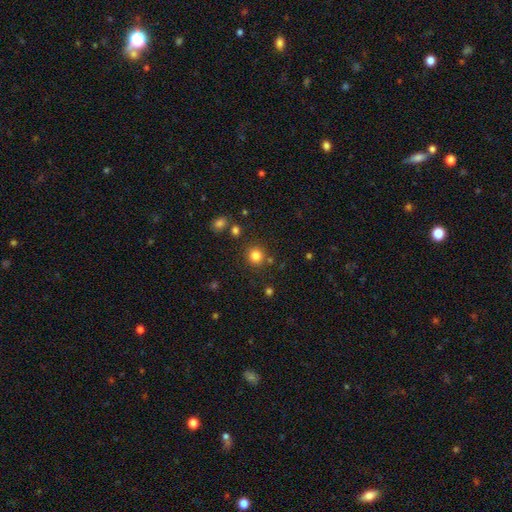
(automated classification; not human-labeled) This appears to be a smooth galaxy with no disk features (82%) that is round (90%). Merging: none (84%).